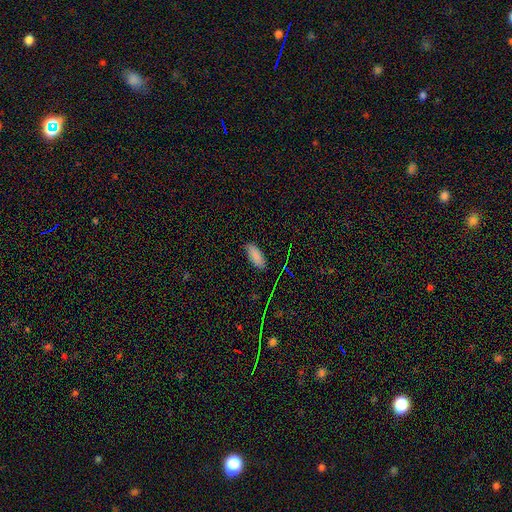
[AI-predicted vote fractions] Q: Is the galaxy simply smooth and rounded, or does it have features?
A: smooth — 83%.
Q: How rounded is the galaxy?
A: in between — 83%.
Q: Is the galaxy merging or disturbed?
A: none — 84%.